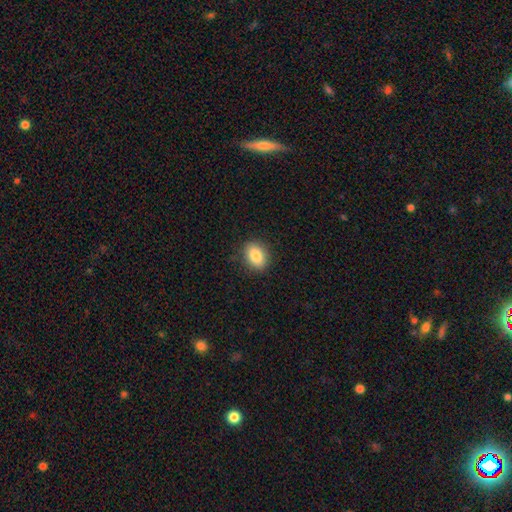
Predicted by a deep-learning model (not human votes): A smooth galaxy with no disk features (85%) that is in between round and cigar-shaped (73%). Merging: none (87%).